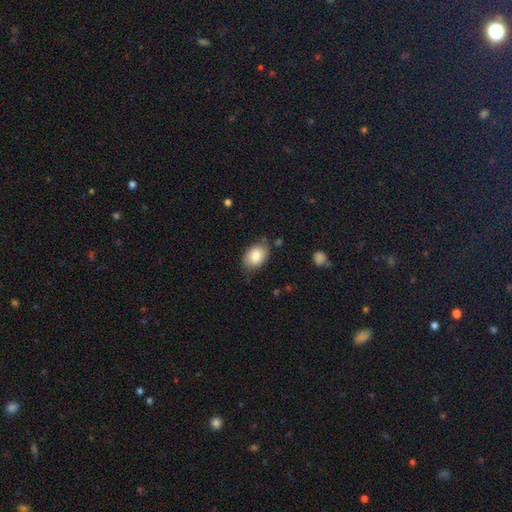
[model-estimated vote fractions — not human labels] Morphology: type=smooth (83%); roundness=in between (82%); merging=none (76%).